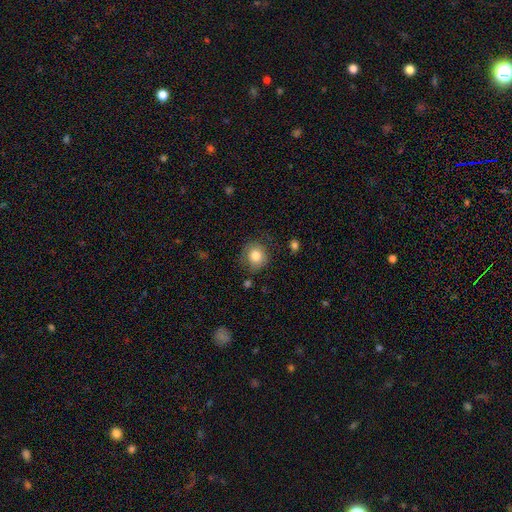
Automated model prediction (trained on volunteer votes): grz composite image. It shows a smooth galaxy with no disk features (82%) that is round (82%). Merging: none (75%).